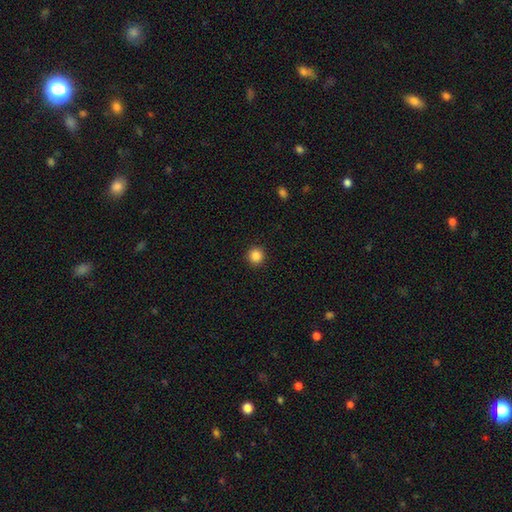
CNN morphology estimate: smooth 87%, star or artifact 10%, featured or disk 3%. Down the decision tree: how rounded — round (95%); merging — none (93%).